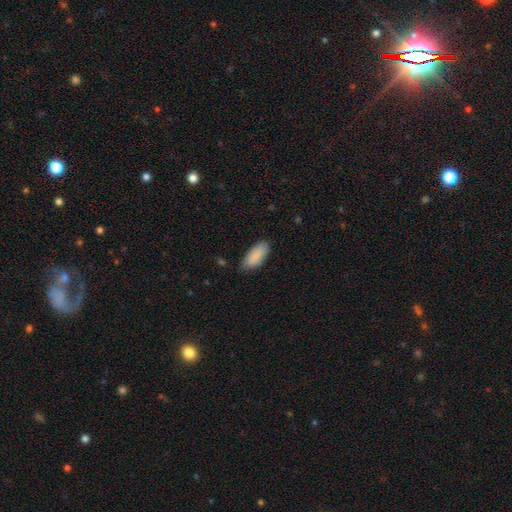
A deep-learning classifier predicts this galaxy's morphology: Q: Smooth or featured?
A: smooth (89%); runner-up: star or artifact (6%)
Q: How rounded?
A: in between (88%); runner-up: cigar-shaped (10%)
Q: Merging?
A: none (76%); runner-up: minor disturbance (20%)